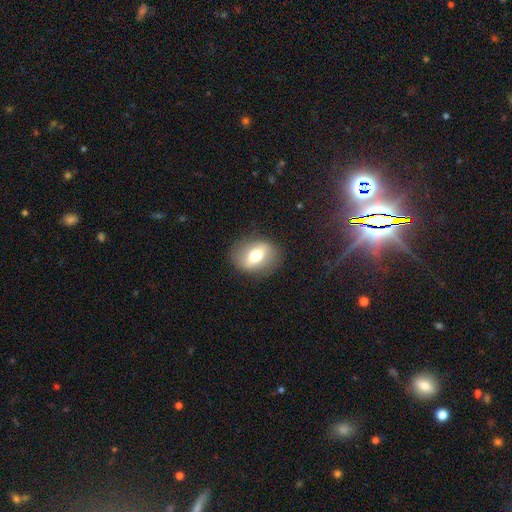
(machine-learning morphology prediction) This appears to be a smooth galaxy with no disk features (55%) that is in between round and cigar-shaped (62%). Merging: none (83%).